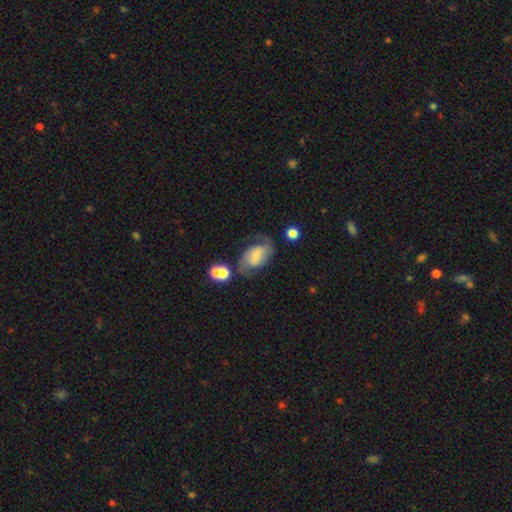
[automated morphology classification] Smooth or featured: featured or disk — 66% (smooth — 26%)
Edge-on disk: no — 97% (yes — 3%)
Bar: no — 46% (weak — 40%)
Spiral arms: yes — 91% (no — 9%)
Spiral winding: medium — 44% (loose — 38%)
Spiral arm count: 2 — 86% (can't tell — 7%)
Bulge size: small — 50% (moderate — 21%)
Merging: none — 54% (minor disturbance — 22%)